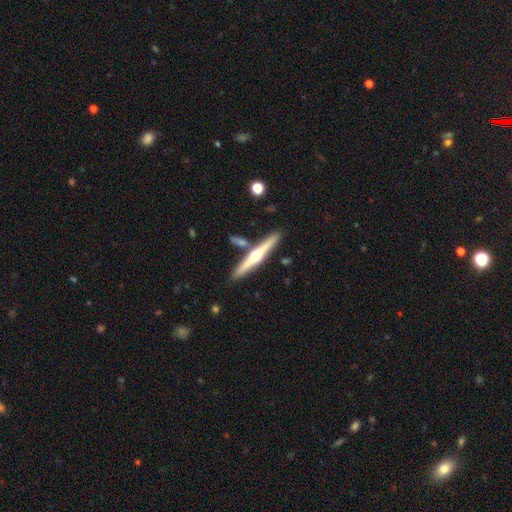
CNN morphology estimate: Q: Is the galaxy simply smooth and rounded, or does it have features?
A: featured or disk — 72%.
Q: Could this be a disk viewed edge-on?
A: yes — 98%.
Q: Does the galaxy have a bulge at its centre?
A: rounded — 94%.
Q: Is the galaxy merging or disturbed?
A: none — 83%.